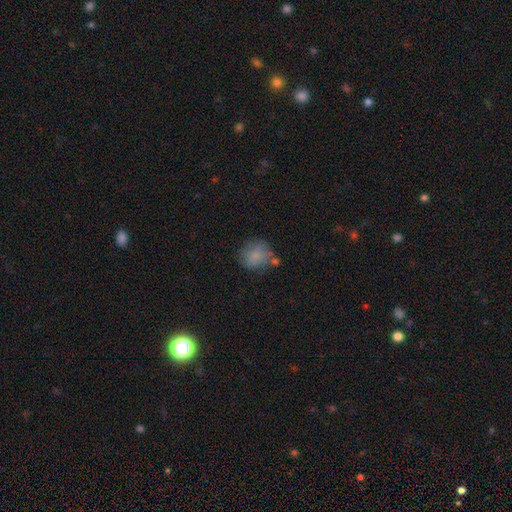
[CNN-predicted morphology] smooth_or_featured: smooth (p=0.76) [alt: featured or disk p=0.15]
how_rounded: round (p=0.80) [alt: in between p=0.19]
merging: none (p=0.60) [alt: minor disturbance p=0.22]